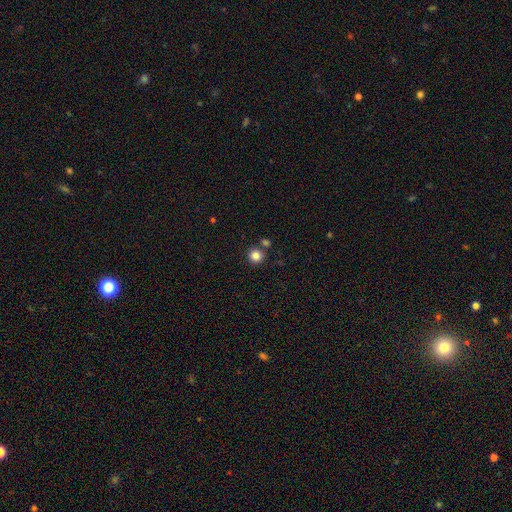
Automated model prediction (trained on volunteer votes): Overall: smooth (84%). How rounded: round (94%). Merging: none (80%).